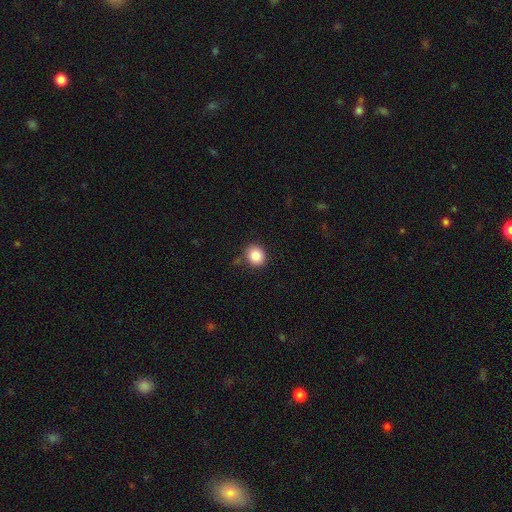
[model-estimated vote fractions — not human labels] smooth 87%, star or artifact 9%, featured or disk 4%. Down the decision tree: how rounded — round (78%); merging — none (83%).